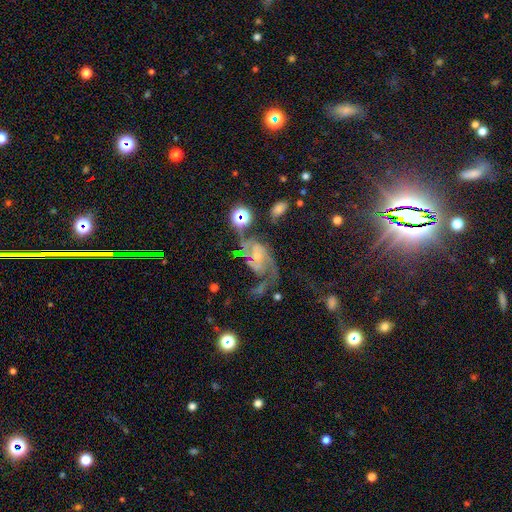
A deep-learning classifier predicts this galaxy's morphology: The model was most divided on "bar": no: 50%, weak: 38%, strong: 12%. Remaining: edge-on disk — no (97%); spiral arms — yes (96%); smooth or featured — featured or disk (84%); spiral arm count — 2 (75%); bulge size — small (59%); spiral winding — medium (49%); merging — none (43%).